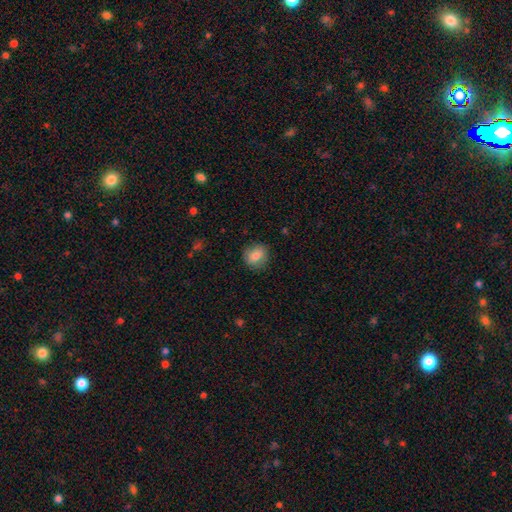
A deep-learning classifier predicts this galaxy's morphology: smooth-or-featured: smooth: 81% | featured or disk: 10% | star or artifact: 9%
  how-rounded: round: 77% | in between: 22% | cigar-shaped: 1%
  merging: none: 85% | minor disturbance: 11% | major disturbance: 3% | merger: 1%